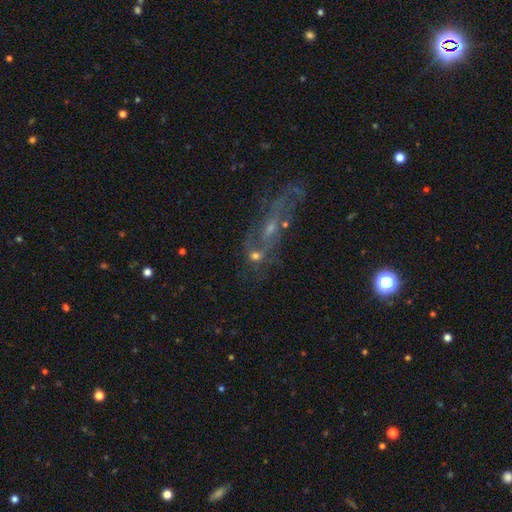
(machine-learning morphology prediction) This is marginally a featured or disk galaxy (45%). Merging: possibly none (47%).